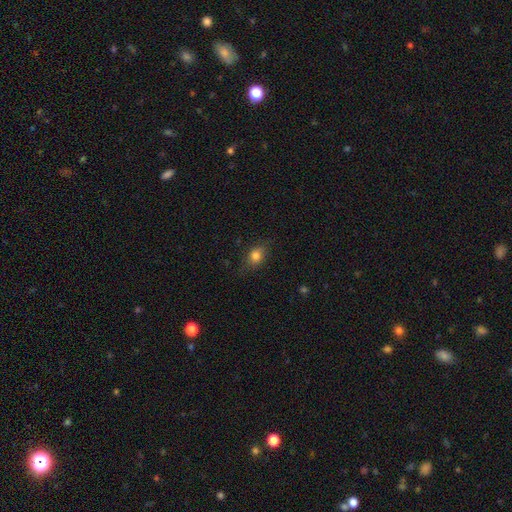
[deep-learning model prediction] The model was most divided on "how rounded": in between: 61%, round: 37%, cigar-shaped: 3%. More confident: smooth or featured — smooth (80%); merging — none (77%).